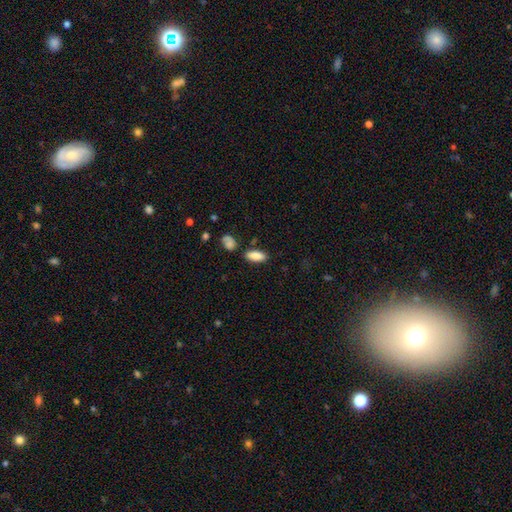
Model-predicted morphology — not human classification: Smooth or featured? Predicted: smooth (p=0.86). How rounded? Predicted: in between (p=0.79). Merging? Predicted: none (p=0.80).